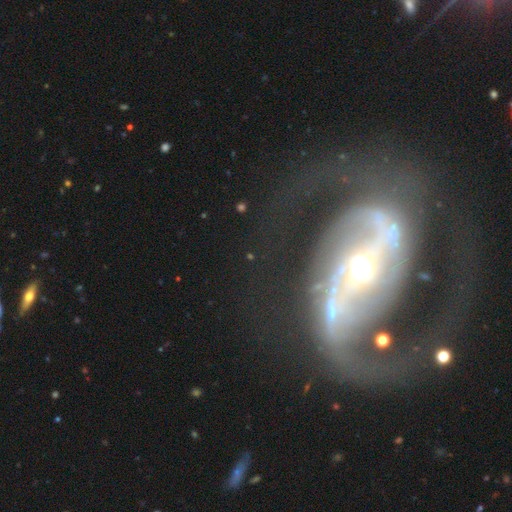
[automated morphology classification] The model was most divided on "spiral winding": medium: 52%, loose: 30%, tight: 18%. More confident: edge-on disk — no (97%); spiral arms — yes (94%); spiral arm count — 2 (91%); smooth or featured — featured or disk (90%); merging — none (64%); bulge size — moderate (61%); bar — strong (58%).